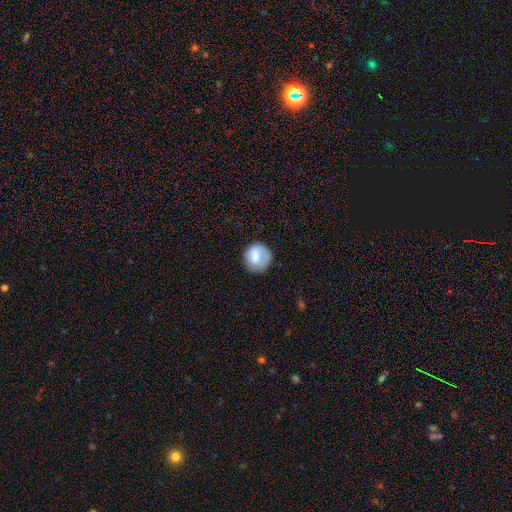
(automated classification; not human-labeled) Smooth or featured? smooth (73%)
How rounded? round (86%)
Merging? none (66%)